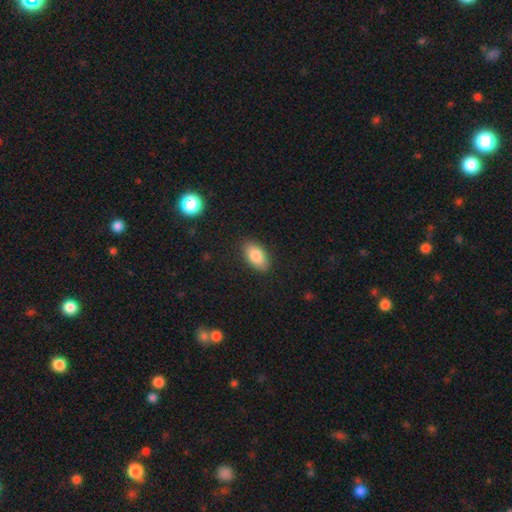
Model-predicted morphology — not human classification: A smooth galaxy with no disk features (84%) that is in between round and cigar-shaped (92%).

Vote fractions:
- Smooth or featured? smooth: 84% / featured or disk: 9% / star or artifact: 7%
- How rounded? in between: 92% / round: 5% / cigar-shaped: 3%
- Merging? none: 87% / minor disturbance: 10% / major disturbance: 2% / merger: 1%